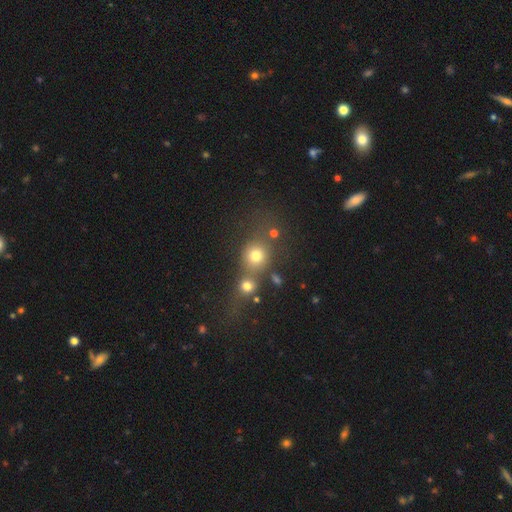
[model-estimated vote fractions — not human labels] smooth 72%, star or artifact 17%, featured or disk 11%. Down the decision tree: how rounded — round (79%); merging — none (43%).